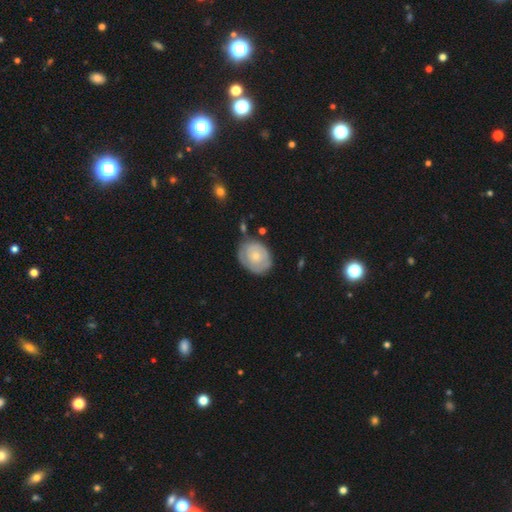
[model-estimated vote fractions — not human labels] Q: Smooth or featured?
A: featured or disk (48%); runner-up: smooth (46%)
Q: Merging?
A: none (65%); runner-up: minor disturbance (23%)